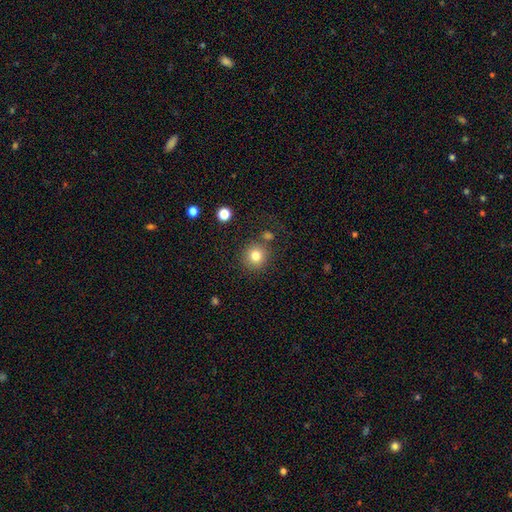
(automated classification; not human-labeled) smooth-or-featured: smooth: 81% | star or artifact: 12% | featured or disk: 8%
  how-rounded: round: 93% | in between: 6% | cigar-shaped: 1%
  merging: none: 80% | minor disturbance: 9% | merger: 7% | major disturbance: 4%